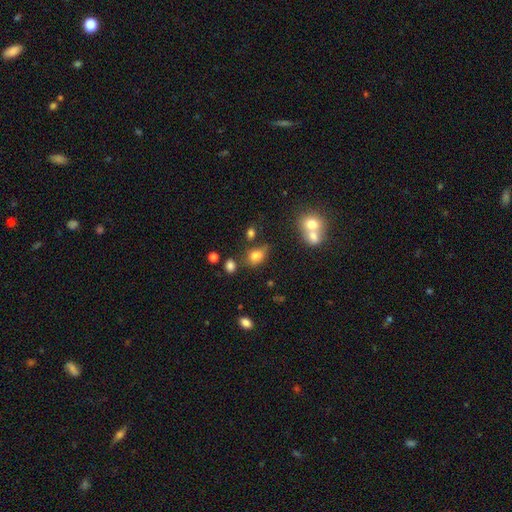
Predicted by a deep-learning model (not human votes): This appears to be a smooth galaxy with no disk features (77%) that is in between round and cigar-shaped (66%). Merging: none (52%).